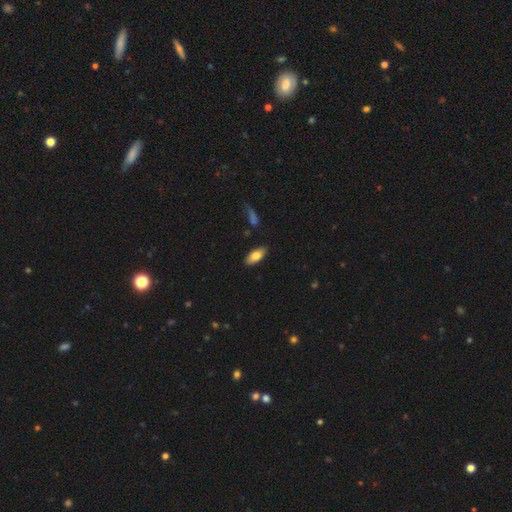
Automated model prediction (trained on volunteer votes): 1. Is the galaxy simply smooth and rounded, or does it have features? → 80% smooth, 14% featured or disk, 7% star or artifact.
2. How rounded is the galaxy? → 87% in between, 11% cigar-shaped, 2% round.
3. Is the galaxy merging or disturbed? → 86% none, 10% minor disturbance, 2% major disturbance, 2% merger.